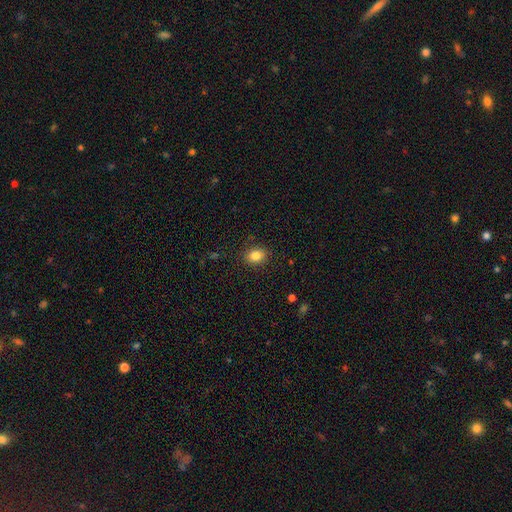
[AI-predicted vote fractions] Q: Smooth or featured?
A: smooth (84%); runner-up: star or artifact (10%)
Q: How rounded?
A: in between (58%); runner-up: round (41%)
Q: Merging?
A: none (88%); runner-up: minor disturbance (9%)